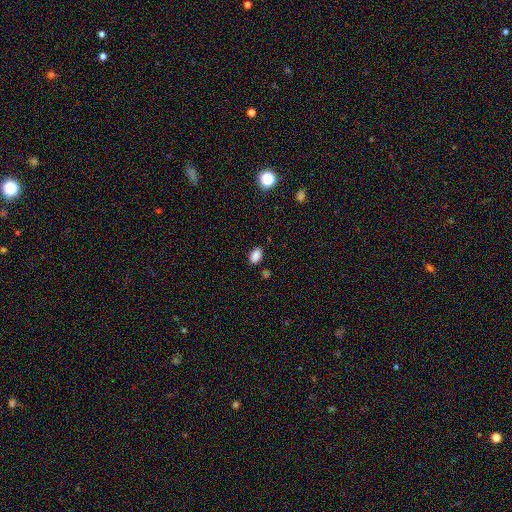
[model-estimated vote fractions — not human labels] This is clearly a smooth galaxy (86%). How rounded: clearly in between (90%). Merging: clearly none (83%).